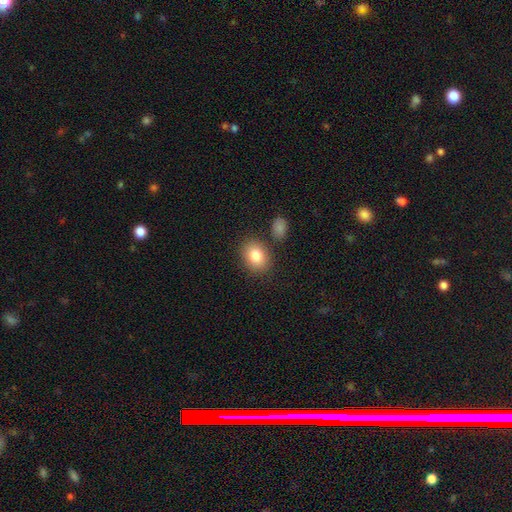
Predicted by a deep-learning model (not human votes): This appears to be a smooth galaxy with no disk features (84%) that is in between round and cigar-shaped (66%). Merging: none (79%).